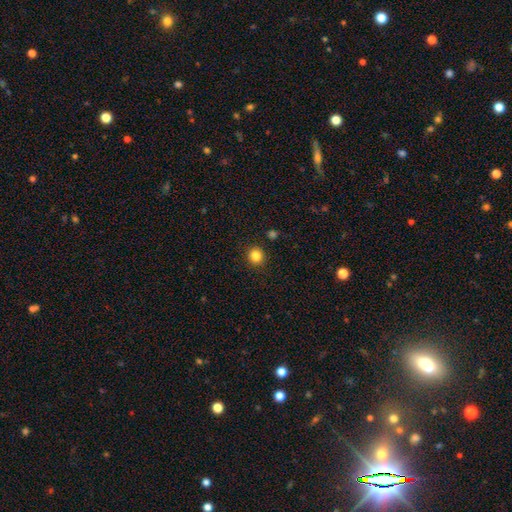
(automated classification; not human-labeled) Morphology: type=smooth (84%); roundness=round (91%); merging=none (91%).